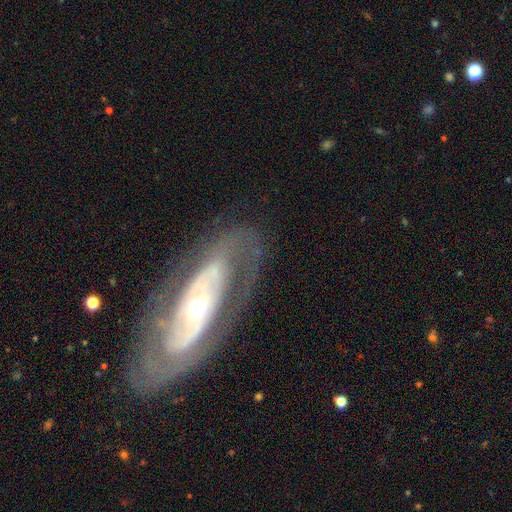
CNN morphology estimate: A featured or disk galaxy (83%) with no bar (66%), 2 (64%) tight (51%) spiral arms (77%) and a small central bulge (51%). Merging: none (75%).